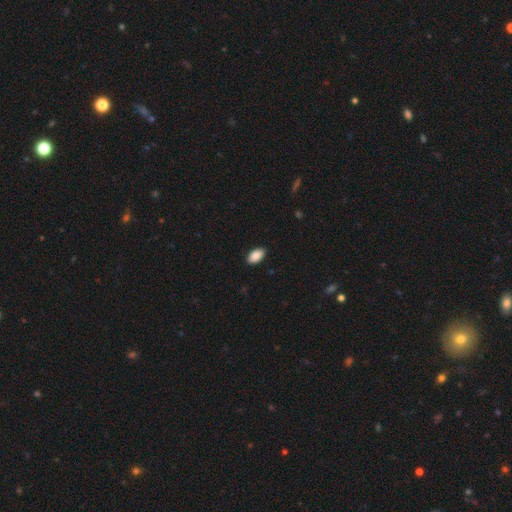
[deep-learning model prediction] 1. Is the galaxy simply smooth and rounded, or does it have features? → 89% smooth, 7% star or artifact, 4% featured or disk.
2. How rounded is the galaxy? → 94% in between, 4% round, 2% cigar-shaped.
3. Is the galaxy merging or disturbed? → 89% none, 9% minor disturbance, 2% major disturbance, 1% merger.